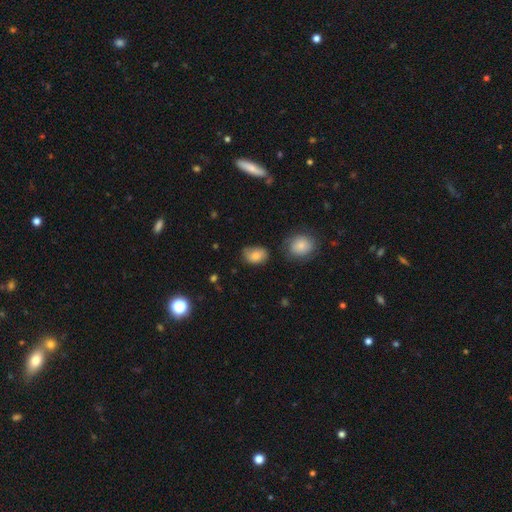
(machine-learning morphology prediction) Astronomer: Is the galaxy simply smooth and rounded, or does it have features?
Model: smooth — 81%.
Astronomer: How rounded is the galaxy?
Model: in between — 73%.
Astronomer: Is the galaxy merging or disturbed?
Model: none — 56%.